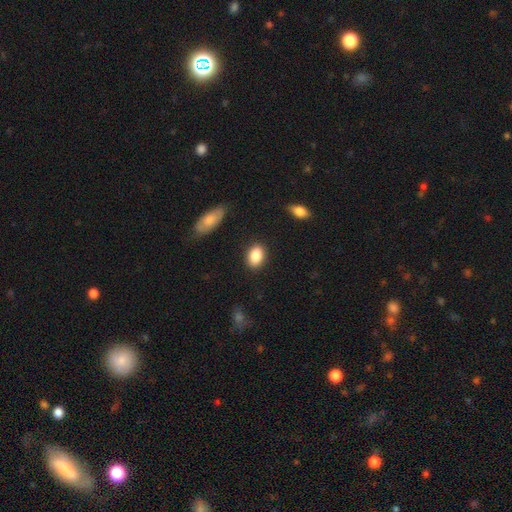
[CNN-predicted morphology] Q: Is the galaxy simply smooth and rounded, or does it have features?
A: smooth — 87%.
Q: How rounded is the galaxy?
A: in between — 80%.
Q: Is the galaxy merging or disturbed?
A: none — 86%.